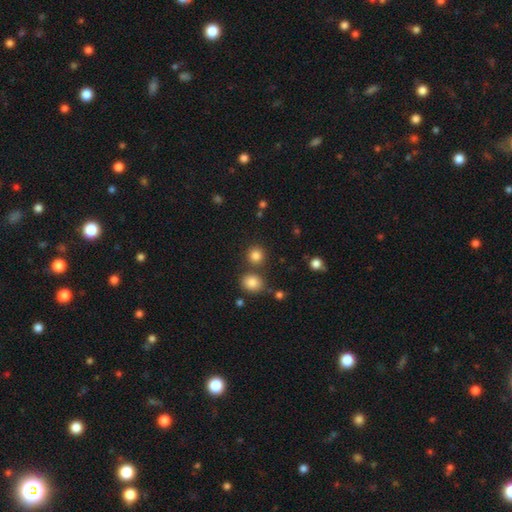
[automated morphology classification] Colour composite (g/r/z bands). It shows a smooth galaxy with no disk features (83%) that is round (89%). Merging: none (78%).